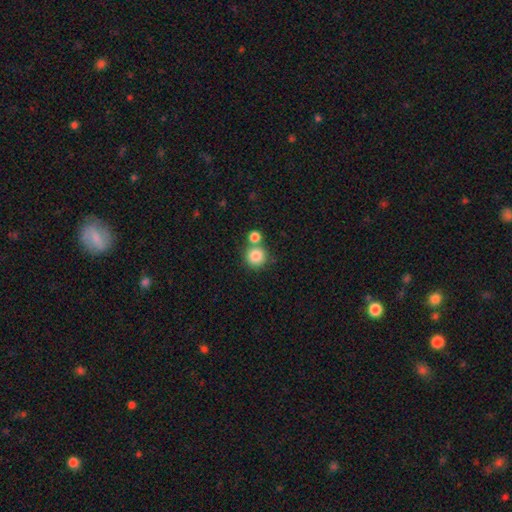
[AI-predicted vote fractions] This is clearly a smooth galaxy (84%). How rounded: clearly round (93%). Merging: likely none (61%).